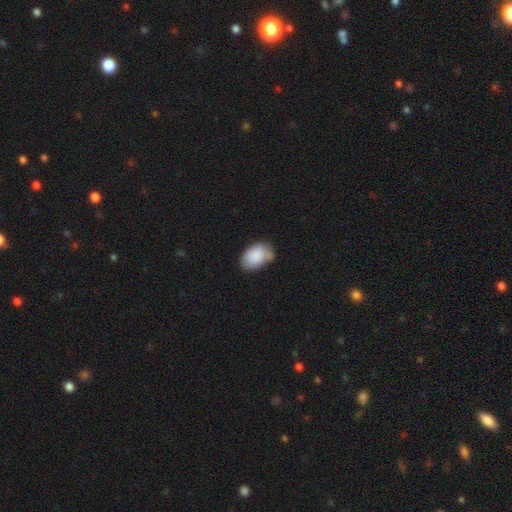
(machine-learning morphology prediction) Smooth or featured? smooth (86%)
How rounded? in between (87%)
Merging? none (59%)